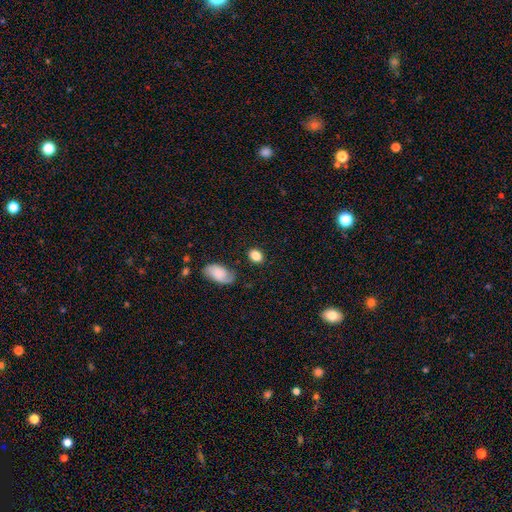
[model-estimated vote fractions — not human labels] A smooth galaxy with no disk features (82%) that is in between round and cigar-shaped (62%).

Vote fractions:
- Smooth or featured? smooth: 82% / star or artifact: 9% / featured or disk: 9%
- How rounded? in between: 62% / round: 37% / cigar-shaped: 2%
- Merging? none: 80% / minor disturbance: 13% / major disturbance: 4% / merger: 4%